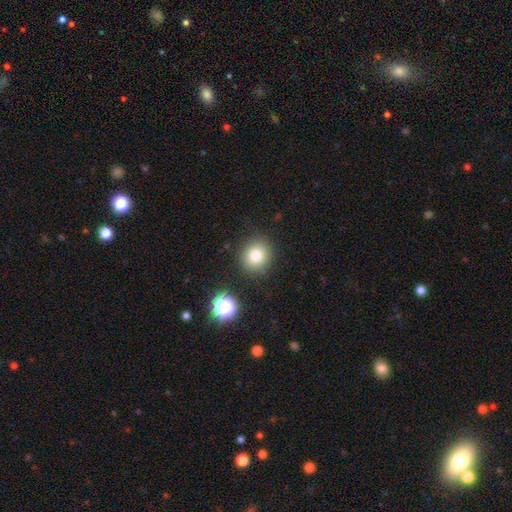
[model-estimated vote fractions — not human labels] This is likely a smooth galaxy (79%). How rounded: clearly round (84%). Merging: clearly none (86%).